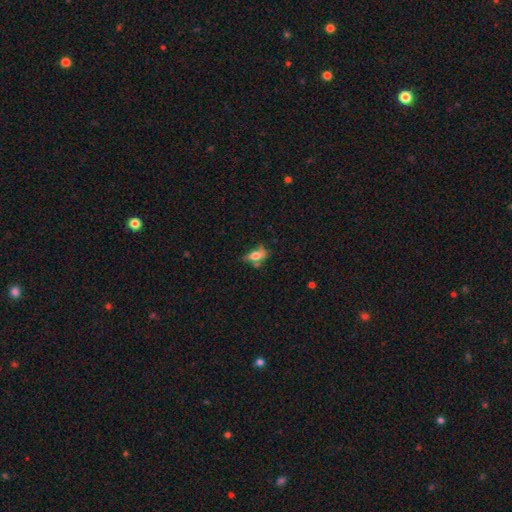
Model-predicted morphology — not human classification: A smooth galaxy with no disk features (55%) that is in between round and cigar-shaped (77%).

Vote fractions:
- Smooth or featured? smooth: 55% / featured or disk: 34% / star or artifact: 12%
- How rounded? in between: 77% / cigar-shaped: 13% / round: 9%
- Merging? none: 35% / major disturbance: 26% / minor disturbance: 25% / merger: 14%